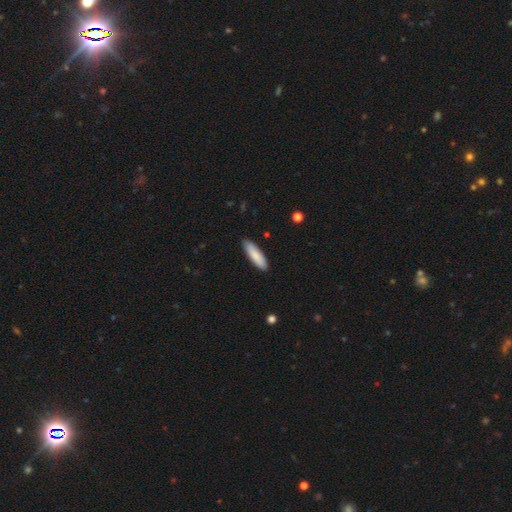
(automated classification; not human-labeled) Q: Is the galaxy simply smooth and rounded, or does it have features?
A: smooth — 85%.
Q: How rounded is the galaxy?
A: cigar-shaped — 59%.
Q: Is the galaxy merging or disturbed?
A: none — 88%.